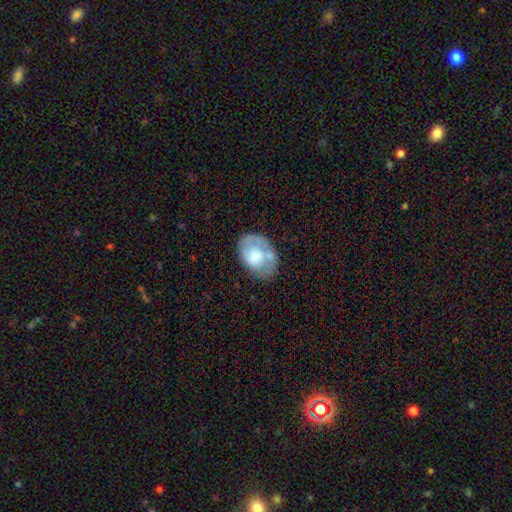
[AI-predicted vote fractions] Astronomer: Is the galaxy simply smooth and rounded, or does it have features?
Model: smooth — 54% (runner-up: featured or disk, 39%).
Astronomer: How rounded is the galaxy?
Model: in between — 72%.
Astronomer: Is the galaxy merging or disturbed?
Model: none — 49% (runner-up: minor disturbance, 27%).